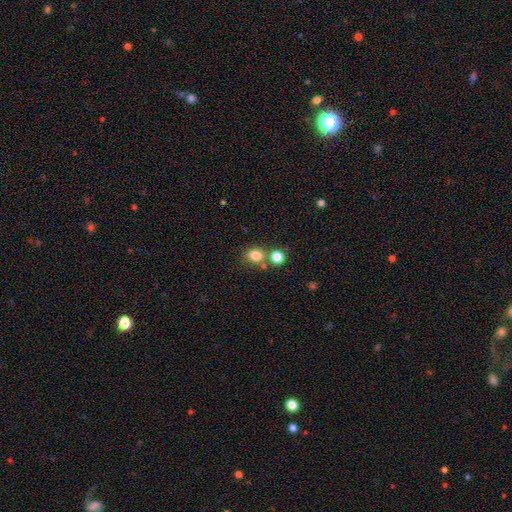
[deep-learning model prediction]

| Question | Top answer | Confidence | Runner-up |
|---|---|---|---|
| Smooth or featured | smooth | 81% | star or artifact (13%) |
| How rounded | round | 67% | in between (32%) |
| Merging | none | 60% | merger (26%) |